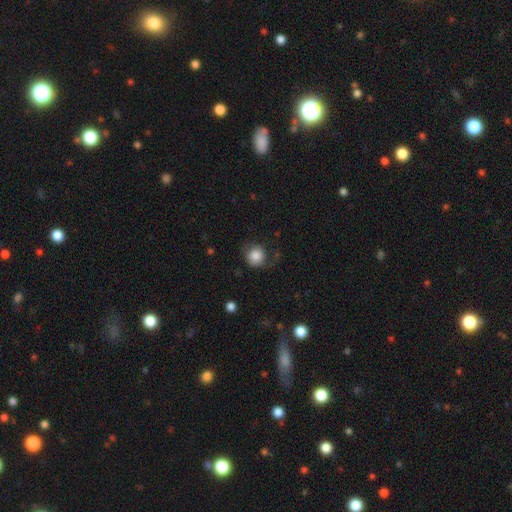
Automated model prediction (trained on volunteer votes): smooth-or-featured: smooth: 81% | featured or disk: 11% | star or artifact: 8%
  how-rounded: round: 87% | in between: 13% | cigar-shaped: 1%
  merging: none: 66% | minor disturbance: 21% | major disturbance: 11% | merger: 2%